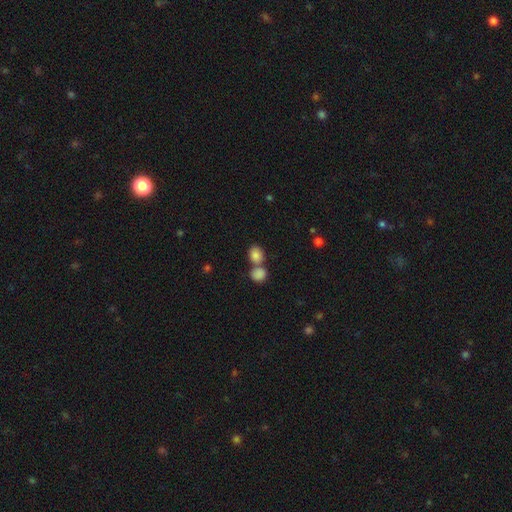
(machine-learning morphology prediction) A smooth galaxy with no disk features (84%) that is round (59%). Merging: none (47%).